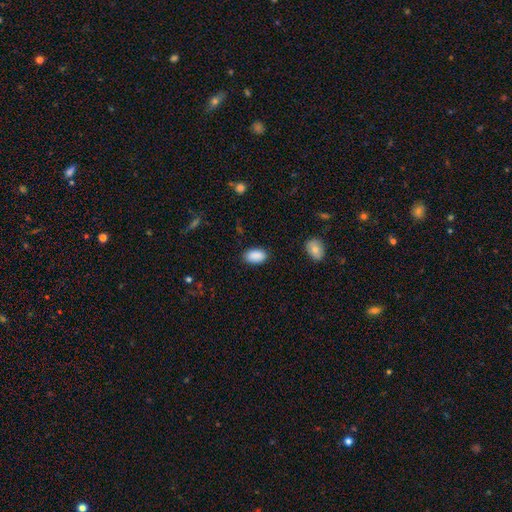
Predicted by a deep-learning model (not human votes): The model was most divided on "merging": none: 85%, minor disturbance: 11%, major disturbance: 2%, merger: 1%. More confident: how rounded — in between (93%); smooth or featured — smooth (89%).